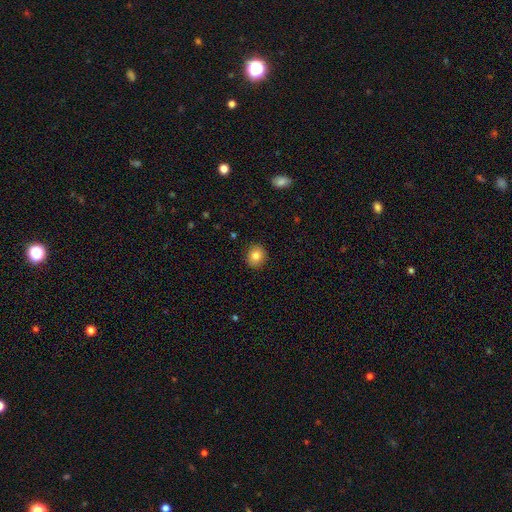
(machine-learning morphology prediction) Smooth or featured: smooth — 82% (star or artifact — 10%)
How rounded: round — 75% (in between — 24%)
Merging: none — 89% (minor disturbance — 8%)